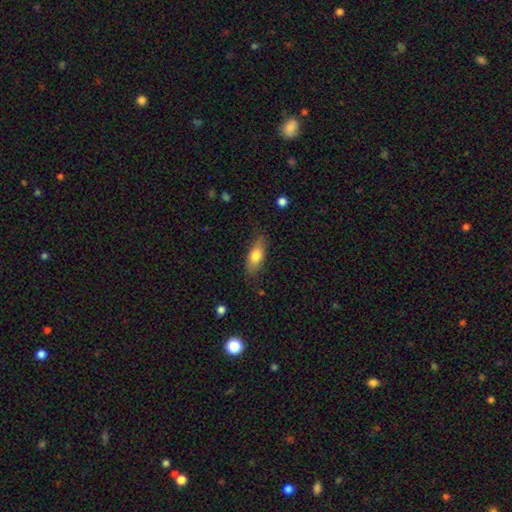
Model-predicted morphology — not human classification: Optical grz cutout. It shows a smooth galaxy with no disk features (72%) that is in between round and cigar-shaped (70%). Merging: none (78%).